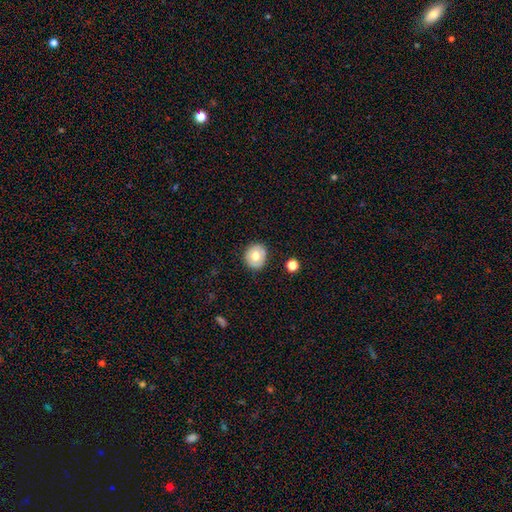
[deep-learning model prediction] Smooth or featured? smooth (65%)
How rounded? round (85%)
Merging? none (87%)